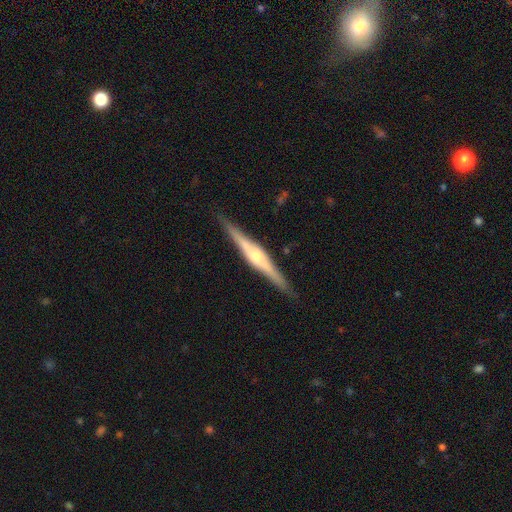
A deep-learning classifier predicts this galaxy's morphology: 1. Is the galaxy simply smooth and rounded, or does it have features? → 82% featured or disk, 12% smooth, 5% star or artifact.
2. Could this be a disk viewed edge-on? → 98% yes, 2% no.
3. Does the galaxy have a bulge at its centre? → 76% rounded, 18% boxy, 6% none.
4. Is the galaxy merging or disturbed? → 91% none, 7% minor disturbance, 1% major disturbance, 1% merger.